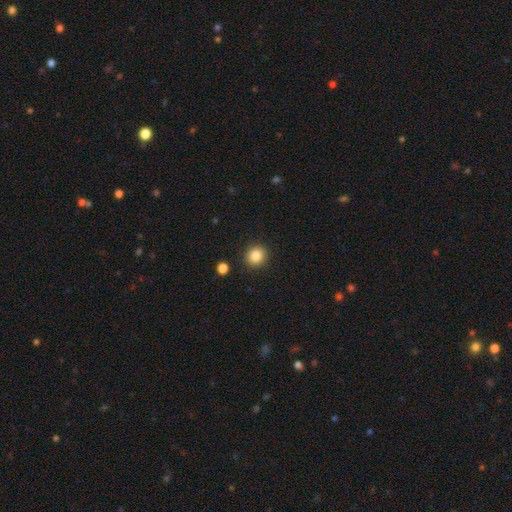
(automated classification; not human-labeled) This is clearly a smooth galaxy (85%). How rounded: clearly round (86%). Merging: clearly none (90%).